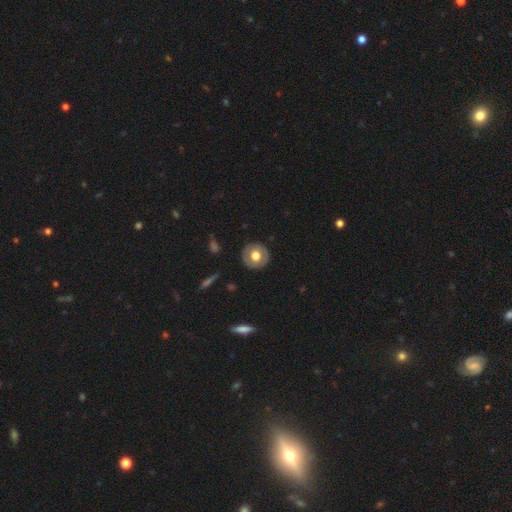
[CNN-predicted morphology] The model was most divided on "smooth or featured": smooth: 60%, featured or disk: 33%, star or artifact: 7%. More confident: how rounded — round (90%); merging — none (89%).